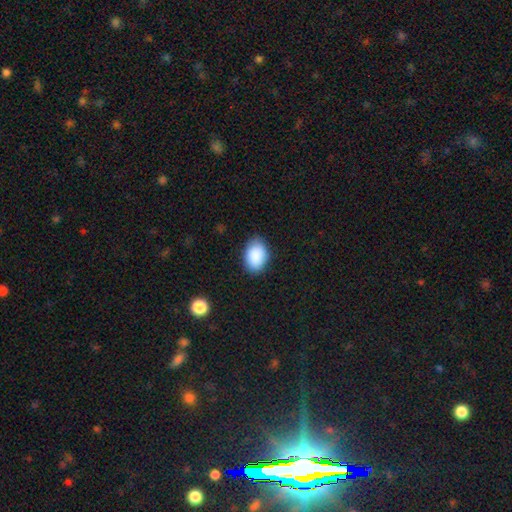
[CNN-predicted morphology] Q: Smooth or featured?
A: smooth (90%); runner-up: star or artifact (7%)
Q: How rounded?
A: in between (82%); runner-up: round (17%)
Q: Merging?
A: none (84%); runner-up: minor disturbance (13%)